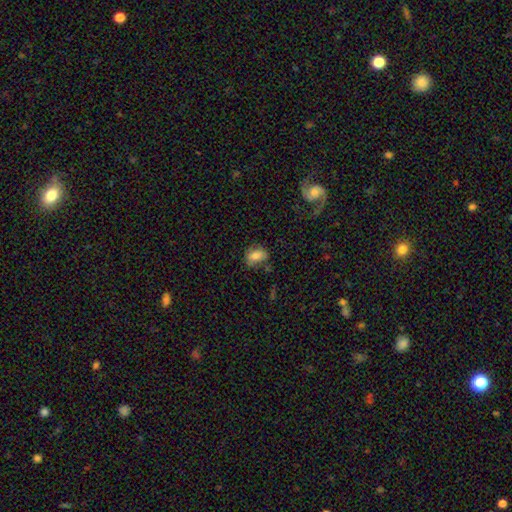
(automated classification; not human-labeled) A smooth galaxy with no disk features (76%) that is in between round and cigar-shaped (72%).

Vote fractions:
- Smooth or featured? smooth: 76% / featured or disk: 15% / star or artifact: 9%
- How rounded? in between: 72% / round: 26% / cigar-shaped: 2%
- Merging? none: 67% / minor disturbance: 22% / major disturbance: 7% / merger: 4%